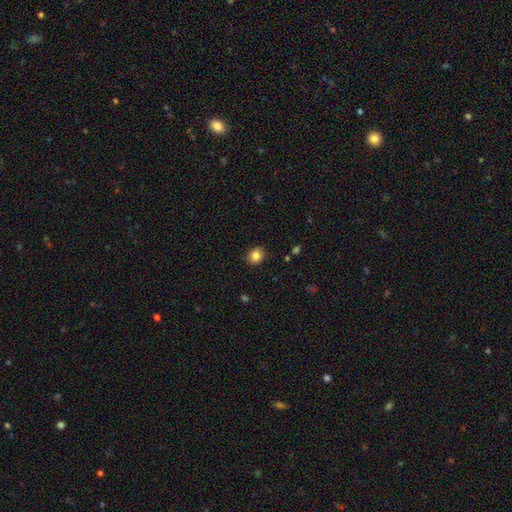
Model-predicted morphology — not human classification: smooth_or_featured: smooth (p=0.85) [alt: star or artifact p=0.10]
how_rounded: round (p=0.73) [alt: in between p=0.27]
merging: none (p=0.90) [alt: minor disturbance p=0.07]